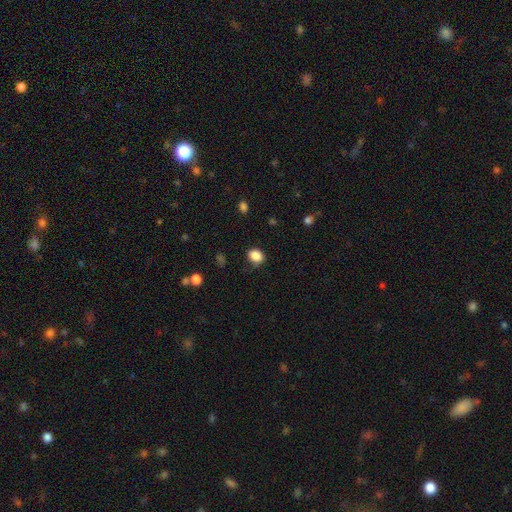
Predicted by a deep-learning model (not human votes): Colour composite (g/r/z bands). It shows a smooth galaxy with no disk features (87%) that is in between round and cigar-shaped (56%). Merging: none (82%).